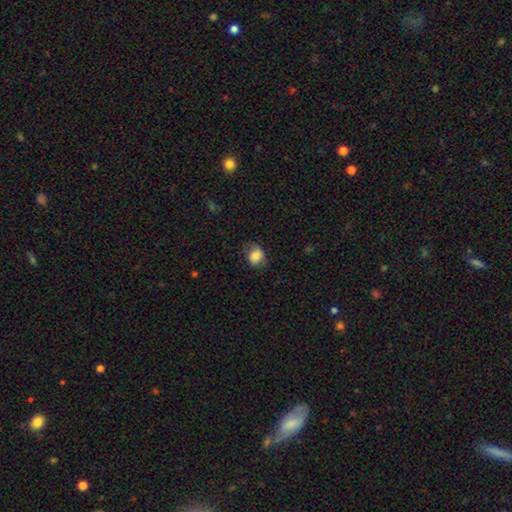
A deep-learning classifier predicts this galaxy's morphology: This is clearly a smooth galaxy (83%). How rounded: possibly round (55%). Merging: likely none (62%).